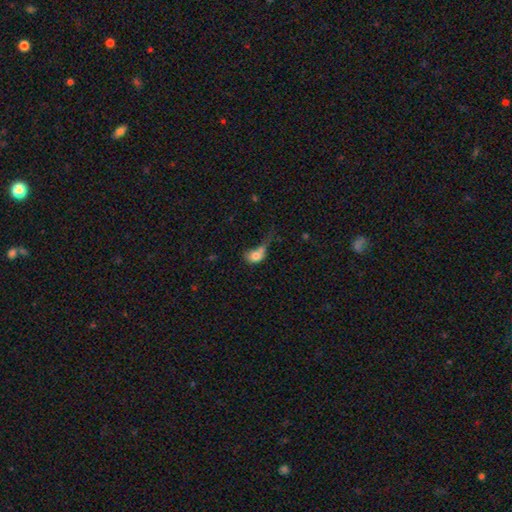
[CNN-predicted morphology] smooth-or-featured: smooth: 74% | featured or disk: 17% | star or artifact: 9%
  how-rounded: in between: 62% | round: 36% | cigar-shaped: 3%
  merging: major disturbance: 34% | merger: 28% | none: 19% | minor disturbance: 18%